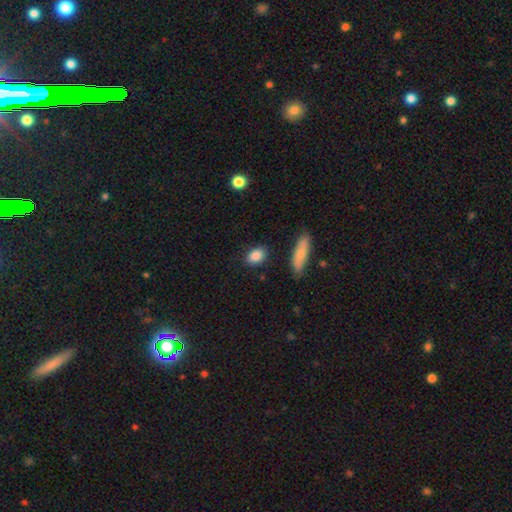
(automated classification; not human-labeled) smooth 88%, star or artifact 7%, featured or disk 5%. Down the decision tree: how rounded — in between (76%); merging — none (84%).